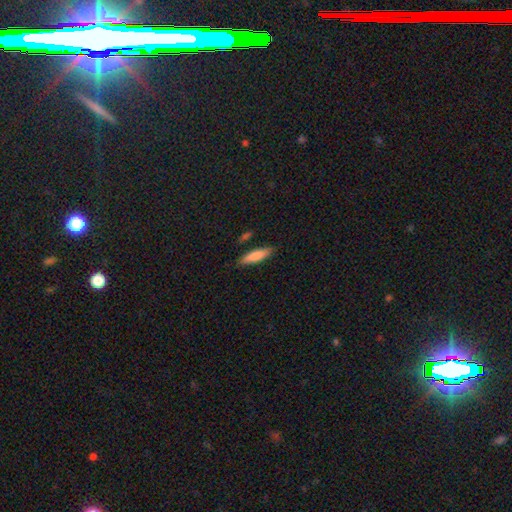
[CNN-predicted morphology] type=smooth (79%); roundness=cigar-shaped (70%); merging=none (83%).